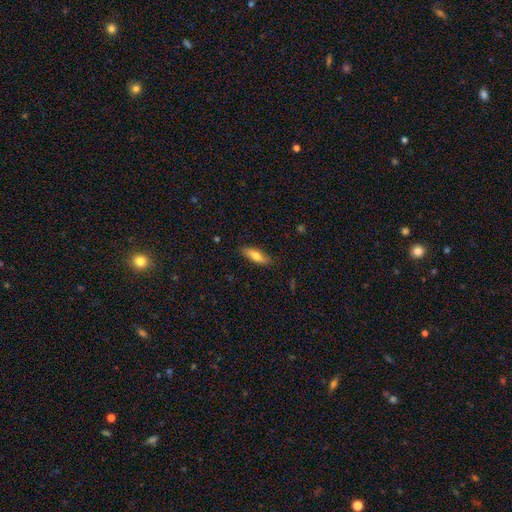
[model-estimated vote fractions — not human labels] A smooth galaxy with no disk features (74%) that is in between round and cigar-shaped (54%). Merging: none (83%).